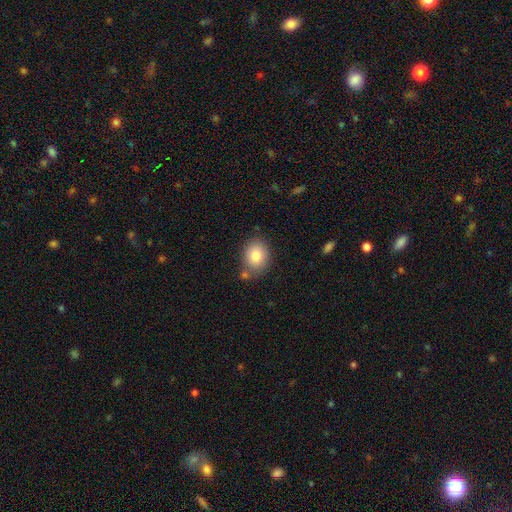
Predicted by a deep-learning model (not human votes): smooth 81%, featured or disk 10%, star or artifact 9%. Down the decision tree: how rounded — in between (50%); merging — none (72%).